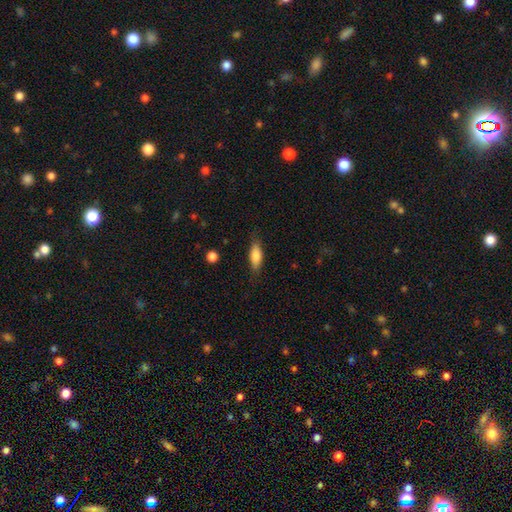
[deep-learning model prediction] A smooth galaxy with no disk features (80%) that is in between round and cigar-shaped (68%).

Vote fractions:
- Smooth or featured? smooth: 80% / featured or disk: 14% / star or artifact: 7%
- How rounded? in between: 68% / cigar-shaped: 29% / round: 3%
- Merging? none: 80% / minor disturbance: 15% / major disturbance: 4% / merger: 1%